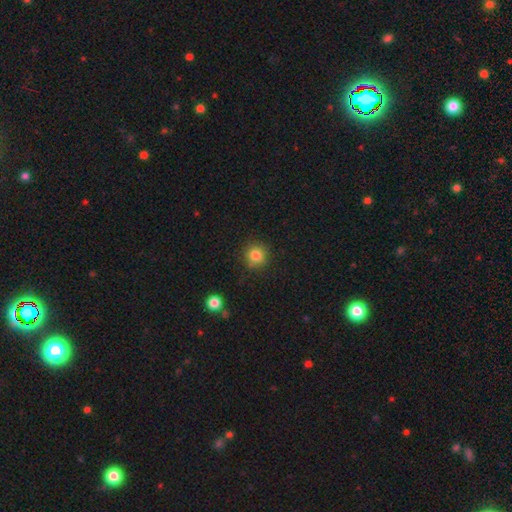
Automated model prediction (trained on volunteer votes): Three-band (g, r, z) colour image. It shows a smooth galaxy with no disk features (83%) that is round (93%). Merging: none (87%).